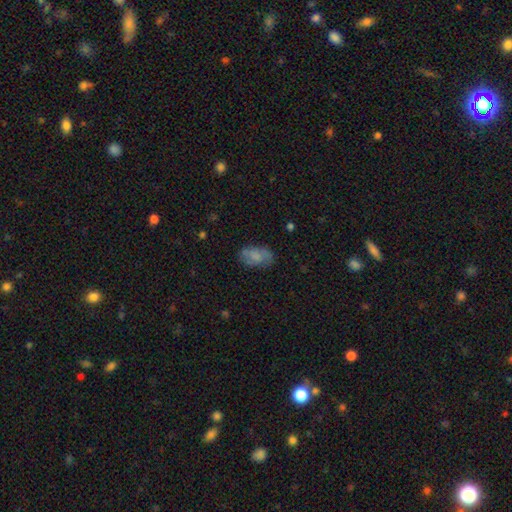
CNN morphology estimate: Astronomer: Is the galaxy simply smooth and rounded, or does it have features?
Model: smooth — 68%.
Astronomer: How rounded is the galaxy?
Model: in between — 91%.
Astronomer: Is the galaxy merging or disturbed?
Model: none — 67%.